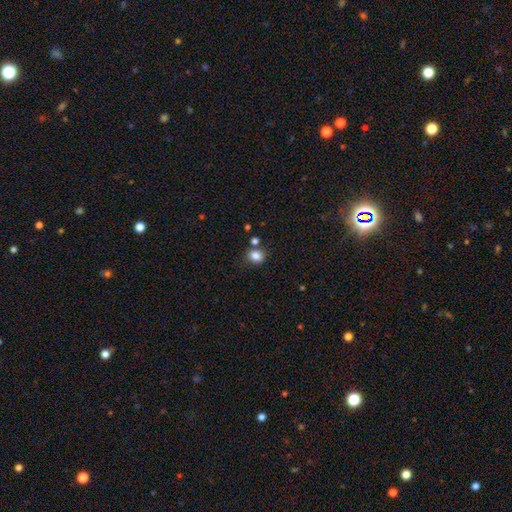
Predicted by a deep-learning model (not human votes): A smooth galaxy with no disk features (84%) that is round (59%).

Vote fractions:
- Smooth or featured? smooth: 84% / star or artifact: 11% / featured or disk: 5%
- How rounded? round: 59% / in between: 40% / cigar-shaped: 1%
- Merging? none: 74% / minor disturbance: 12% / merger: 11% / major disturbance: 4%